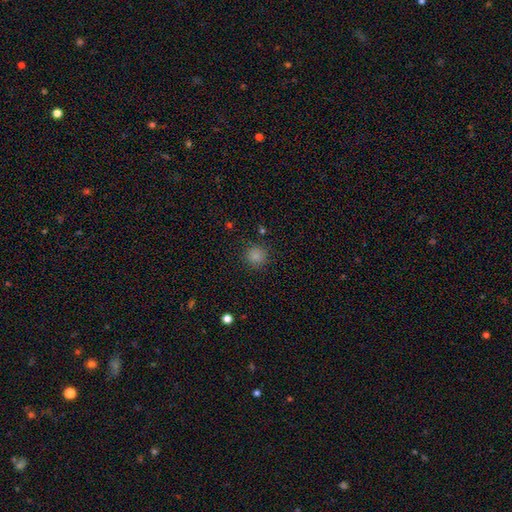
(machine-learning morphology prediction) smooth-or-featured: smooth: 84% | star or artifact: 13% | featured or disk: 4%
  how-rounded: round: 93% | in between: 6% | cigar-shaped: 1%
  merging: none: 88% | minor disturbance: 8% | major disturbance: 3% | merger: 2%